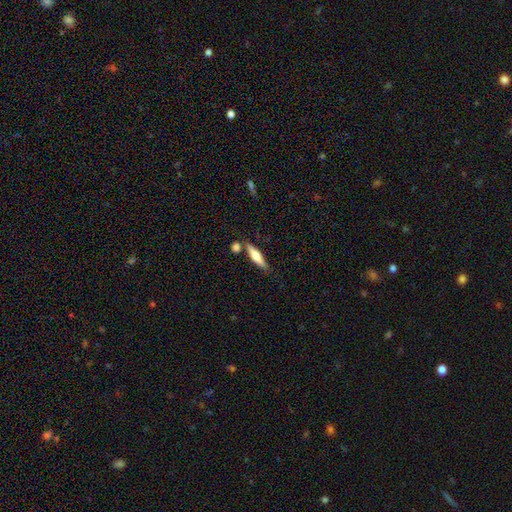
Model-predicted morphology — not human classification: Smooth or featured: smooth — 50% (featured or disk — 44%)
Merging: none — 76% (minor disturbance — 11%)